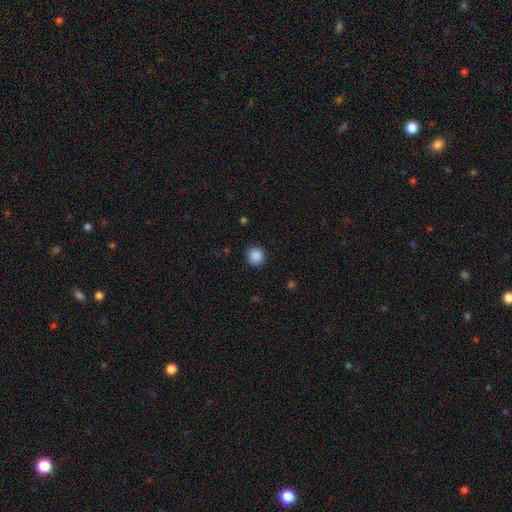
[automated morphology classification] smooth_or_featured: smooth (p=0.88) [alt: star or artifact p=0.10]
how_rounded: round (p=0.94) [alt: in between p=0.05]
merging: none (p=0.91) [alt: minor disturbance p=0.06]